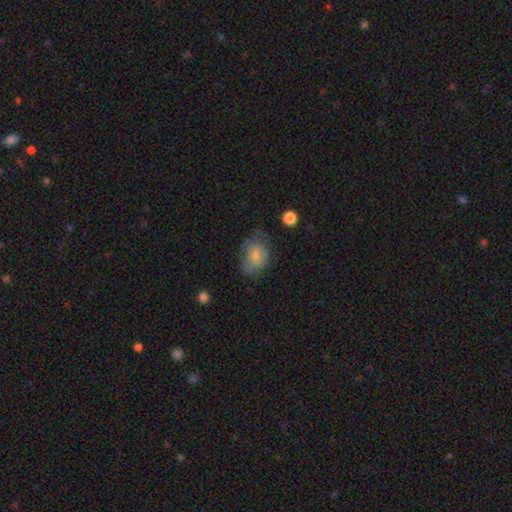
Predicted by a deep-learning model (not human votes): Q: Smooth or featured?
A: smooth (74%); runner-up: featured or disk (18%)
Q: How rounded?
A: in between (72%); runner-up: round (27%)
Q: Merging?
A: none (51%); runner-up: minor disturbance (30%)